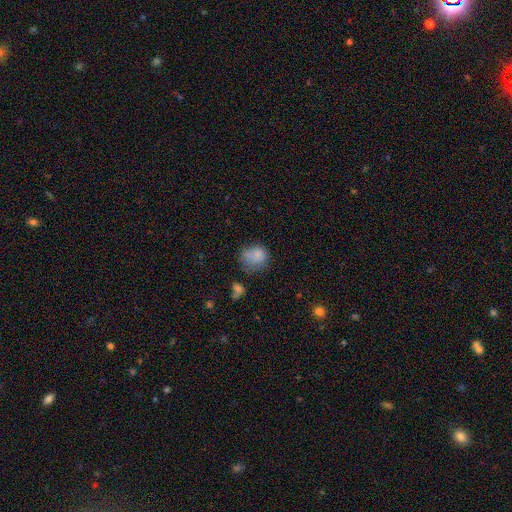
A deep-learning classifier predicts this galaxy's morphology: smooth 79%, star or artifact 12%, featured or disk 10%. Down the decision tree: how rounded — round (62%); merging — none (44%).